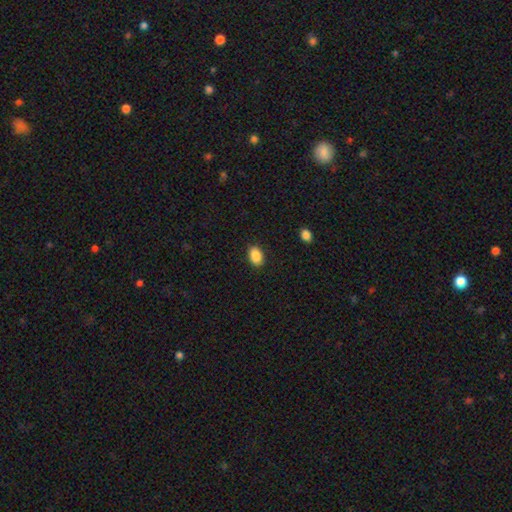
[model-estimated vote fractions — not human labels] This is clearly a smooth galaxy (89%). How rounded: clearly in between (88%). Merging: clearly none (89%).